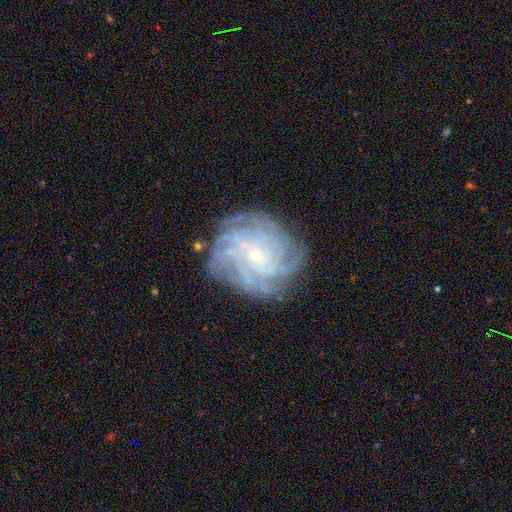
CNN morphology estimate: smooth_or_featured: featured or disk (p=0.85) [alt: star or artifact p=0.08]
disk_edge_on: no (p=0.97) [alt: yes p=0.03]
bar: no (p=0.69) [alt: weak p=0.25]
has_spiral_arms: yes (p=0.97) [alt: no p=0.03]
spiral_winding: tight (p=0.77) [alt: medium p=0.19]
spiral_arm_count: more than 4 (p=0.30) [alt: can't tell p=0.24]
bulge_size: small (p=0.86) [alt: moderate p=0.10]
merging: none (p=0.80) [alt: minor disturbance p=0.14]